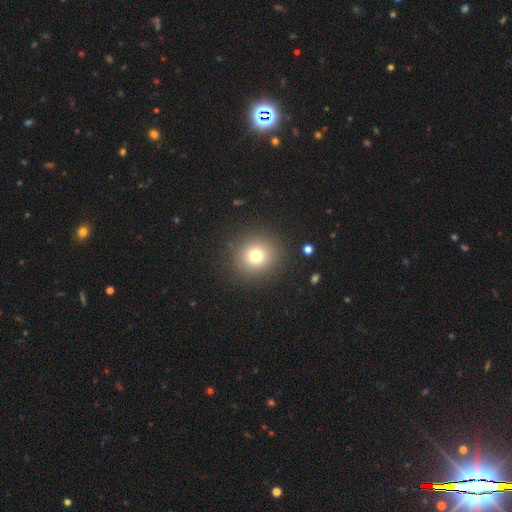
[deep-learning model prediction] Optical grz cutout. It shows a smooth galaxy with no disk features (76%) that is round (90%). Merging: none (90%).